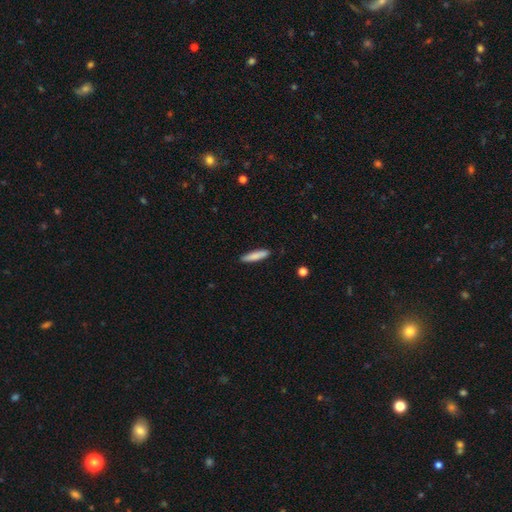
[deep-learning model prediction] Smooth or featured? smooth (84%)
How rounded? cigar-shaped (84%)
Merging? none (88%)